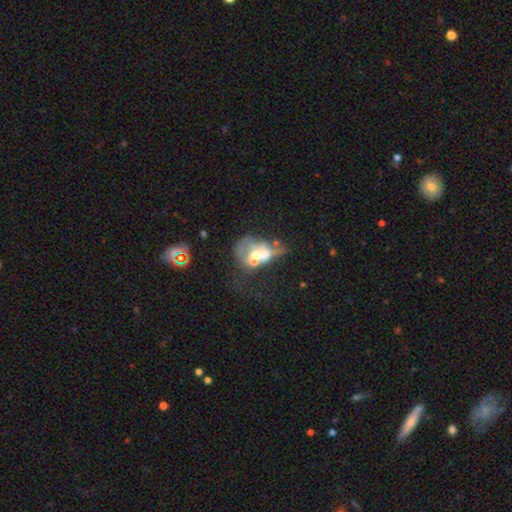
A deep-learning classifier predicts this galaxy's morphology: Smooth or featured?
  - featured or disk: 56% *
  - smooth: 31%
  - star or artifact: 12%
Edge-on disk?
  - no: 96% *
  - yes: 4%
Bar?
  - no: 88% *
  - weak: 9%
  - strong: 3%
Spiral arms?
  - no: 90% *
  - yes: 10%
Bulge size?
  - moderate: 47% *
  - none: 19%
  - small: 18%
  - large: 12%
  - dominant: 3%
Merging?
  - merger: 51% *
  - major disturbance: 23%
  - none: 16%
  - minor disturbance: 10%